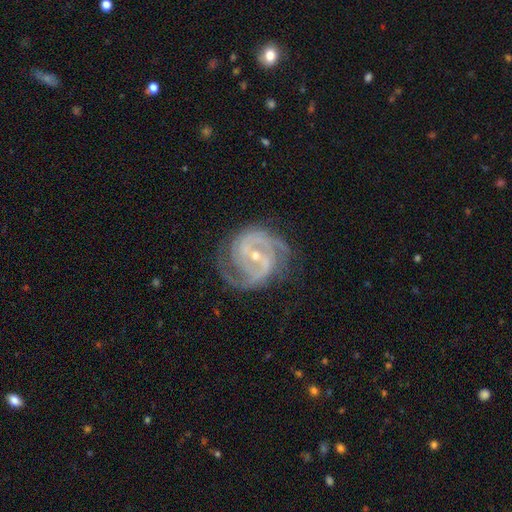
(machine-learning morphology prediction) This is clearly a featured or disk galaxy (91%). It is clearly not viewed edge-on (98%). Bar: marginally weak (43%). Spiral arm pattern: clearly yes (98%). Spiral arm count: possibly 2 (57%). Spiral winding: possibly tight (49%). Central bulge: likely small (63%). Merging: likely none (72%).